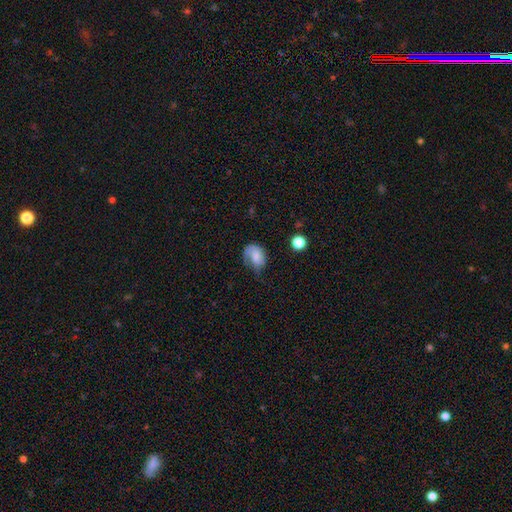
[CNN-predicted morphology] Smooth or featured? smooth (54%)
How rounded? in between (63%)
Merging? none (36%)